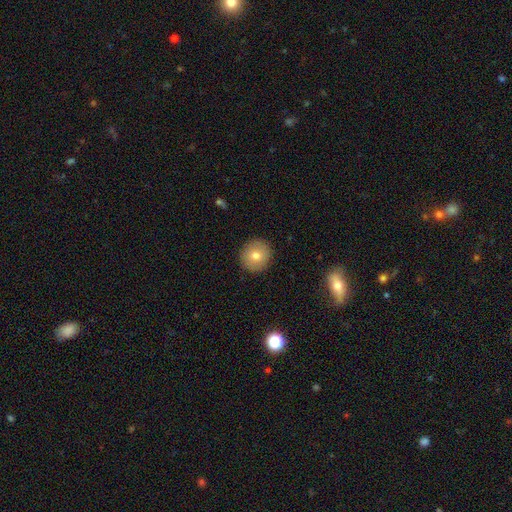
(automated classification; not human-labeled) smooth-or-featured: smooth: 78% | featured or disk: 13% | star or artifact: 9%
  how-rounded: round: 92% | in between: 7% | cigar-shaped: 1%
  merging: none: 92% | minor disturbance: 6% | major disturbance: 2% | merger: 1%